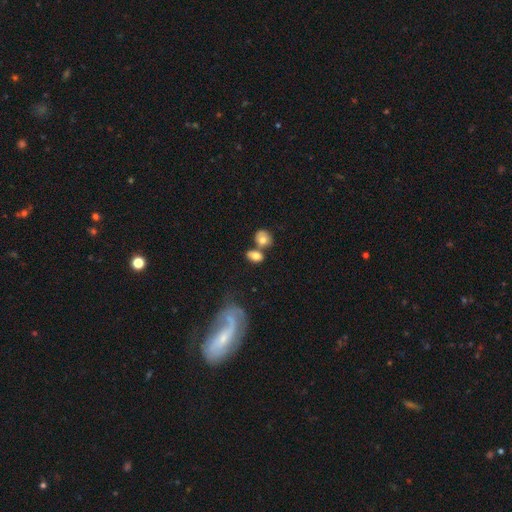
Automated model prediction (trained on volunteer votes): Smooth or featured: smooth — 73% (featured or disk — 18%)
How rounded: in between — 72% (round — 25%)
Merging: none — 47% (merger — 34%)